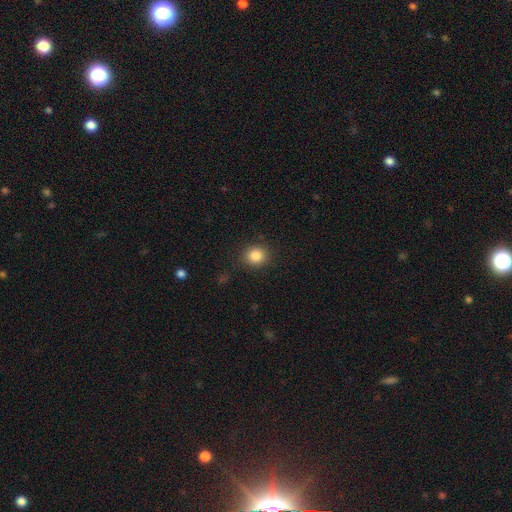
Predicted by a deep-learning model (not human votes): smooth-or-featured: smooth: 84% | star or artifact: 10% | featured or disk: 5%
  how-rounded: round: 80% | in between: 19% | cigar-shaped: 1%
  merging: none: 87% | minor disturbance: 9% | major disturbance: 3% | merger: 1%